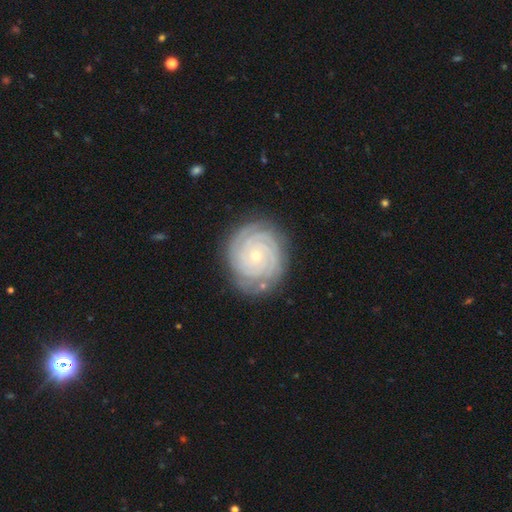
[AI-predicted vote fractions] smooth-or-featured: featured or disk: 89% | smooth: 6% | star or artifact: 5%
  disk-edge-on: no: 98% | yes: 2%
    bar: no: 79% | weak: 15% | strong: 5%
    has-spiral-arms: yes: 98% | no: 2%
      spiral-winding: tight: 89% | medium: 9% | loose: 2%
      spiral-arm-count: 3: 25% | 4: 22% | 2: 20% | can't tell: 17% | more than 4: 9% | 1: 7%
    bulge-size: small: 79% | moderate: 18% | none: 1% | large: 1% | dominant: 1%
  merging: none: 83% | minor disturbance: 13% | major disturbance: 3% | merger: 1%